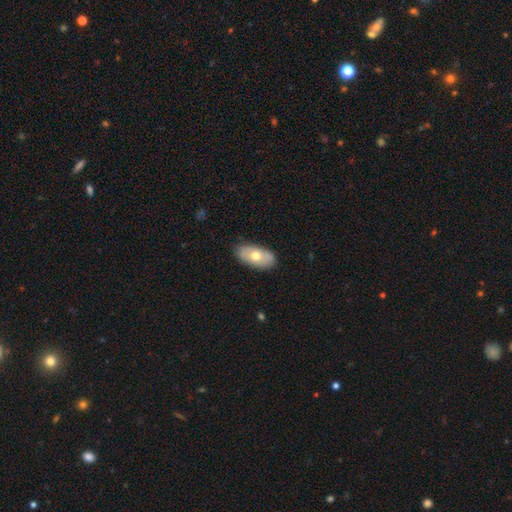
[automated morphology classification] Smooth or featured? smooth (63%)
How rounded? in between (93%)
Merging? none (83%)